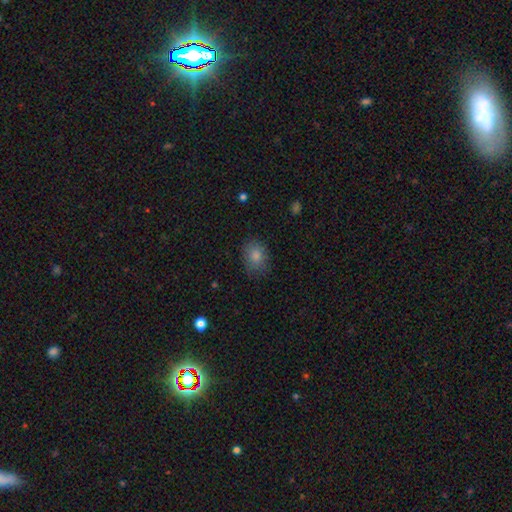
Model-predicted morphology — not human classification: Smooth or featured? Predicted: smooth (p=0.83). How rounded? Predicted: in between (p=0.57). Merging? Predicted: none (p=0.78).